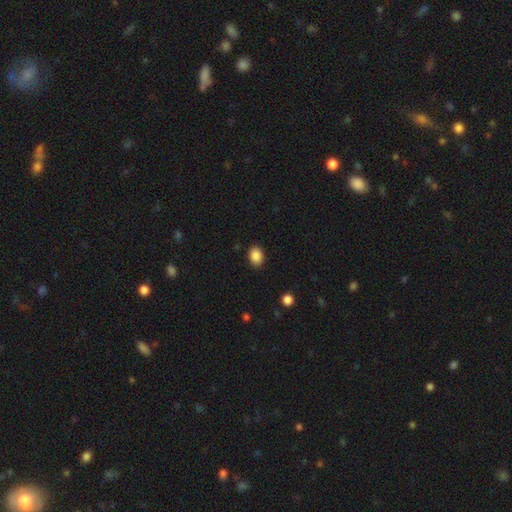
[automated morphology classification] This appears to be a smooth galaxy with no disk features (88%) that is in between round and cigar-shaped (69%). Merging: none (88%).